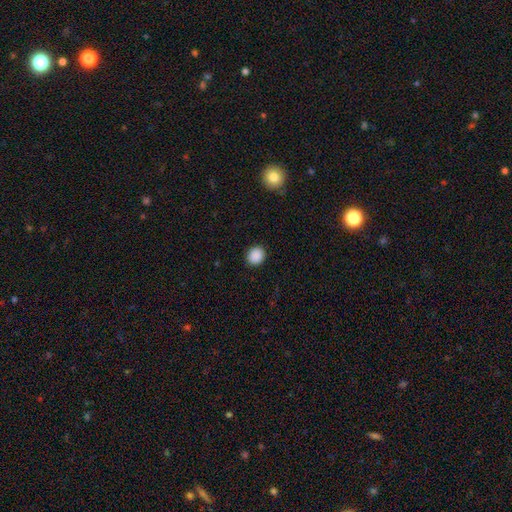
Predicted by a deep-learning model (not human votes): The model was most divided on "how rounded": round: 80%, in between: 19%, cigar-shaped: 1%. More confident: merging — none (91%); smooth or featured — smooth (89%).